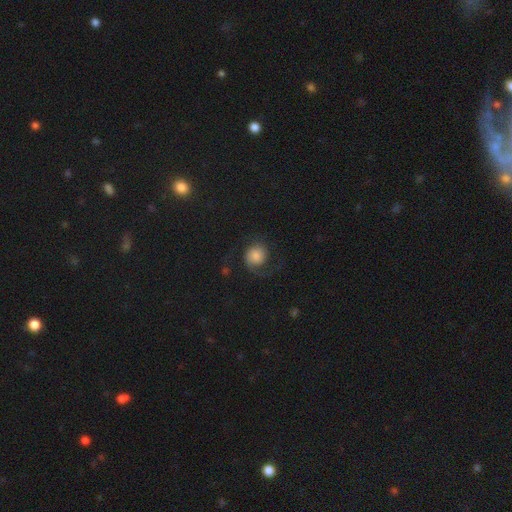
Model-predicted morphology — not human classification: A smooth galaxy with no disk features (47%). Merging: none (59%).